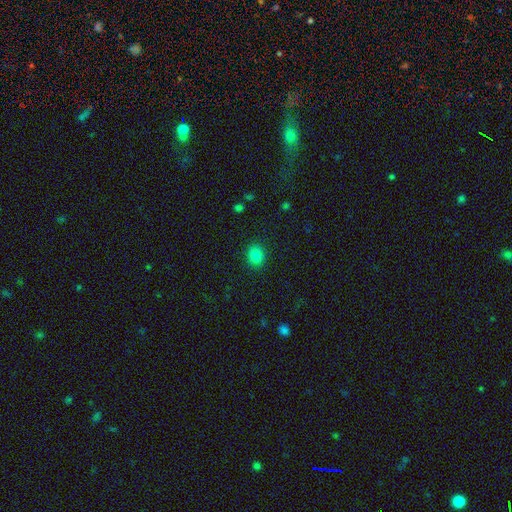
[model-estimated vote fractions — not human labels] Overall: smooth (84%). How rounded: round (66%; in between 33%). Merging: none (90%).